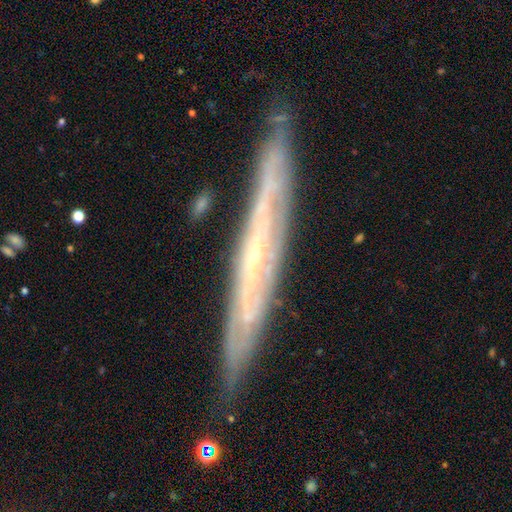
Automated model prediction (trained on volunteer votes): Smooth or featured? Predicted: featured or disk (p=0.78). Edge-on disk? Predicted: yes (p=0.77). Edge-on bulge? Predicted: none (p=0.70). Merging? Predicted: none (p=0.82).